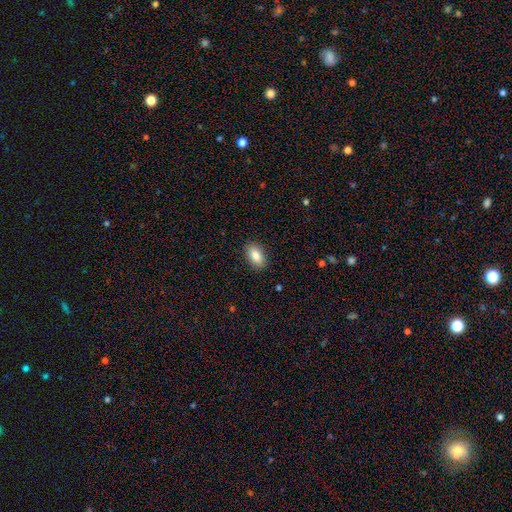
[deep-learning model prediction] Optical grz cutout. It shows a smooth galaxy with no disk features (87%) that is in between round and cigar-shaped (92%). Merging: none (89%).